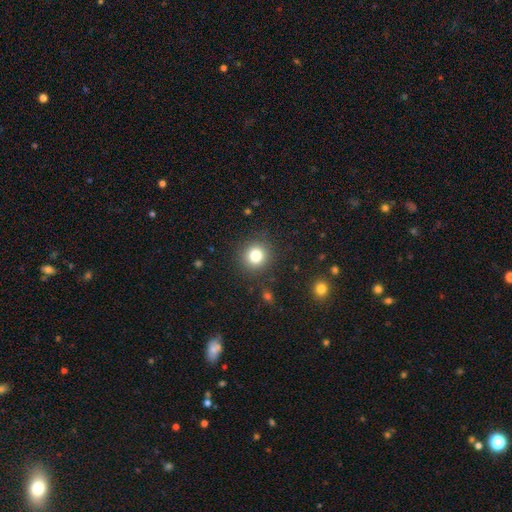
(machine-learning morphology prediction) Smooth or featured? Predicted: smooth (p=0.81). How rounded? Predicted: round (p=0.91). Merging? Predicted: none (p=0.89).